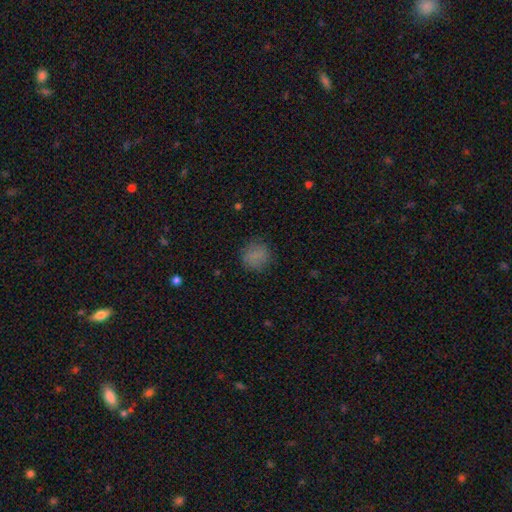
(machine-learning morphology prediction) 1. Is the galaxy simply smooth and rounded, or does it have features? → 81% smooth, 12% star or artifact, 7% featured or disk.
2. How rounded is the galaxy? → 86% round, 13% in between, 1% cigar-shaped.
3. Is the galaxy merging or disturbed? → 82% none, 12% minor disturbance, 4% major disturbance, 1% merger.